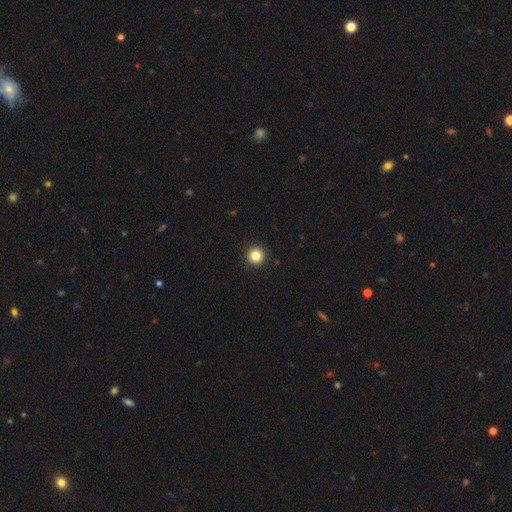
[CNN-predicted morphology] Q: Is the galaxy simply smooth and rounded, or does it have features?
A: smooth — 84%.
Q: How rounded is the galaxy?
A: round — 96%.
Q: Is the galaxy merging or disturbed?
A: none — 93%.